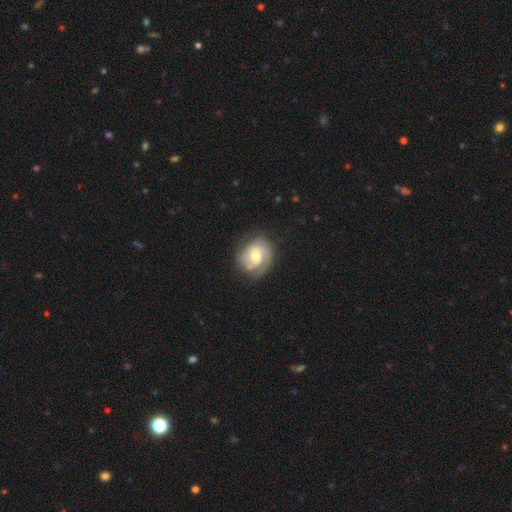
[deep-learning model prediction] smooth_or_featured: featured or disk (p=0.76) [alt: smooth p=0.18]
disk_edge_on: no (p=0.98) [alt: yes p=0.02]
bar: no (p=0.51) [alt: weak p=0.41]
has_spiral_arms: yes (p=0.92) [alt: no p=0.08]
spiral_winding: tight (p=0.53) [alt: medium p=0.36]
spiral_arm_count: 2 (p=0.54) [alt: can't tell p=0.17]
bulge_size: moderate (p=0.63) [alt: small p=0.31]
merging: none (p=0.72) [alt: minor disturbance p=0.19]